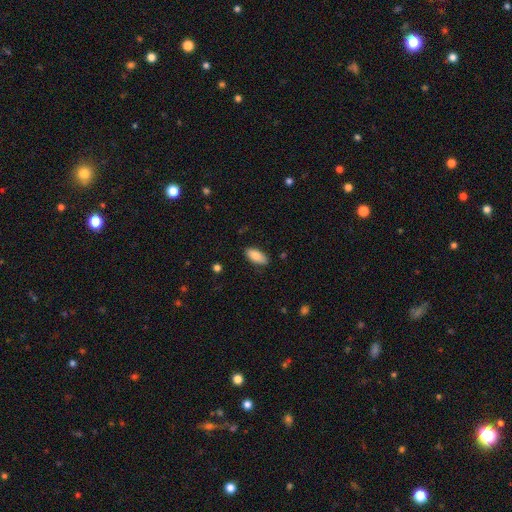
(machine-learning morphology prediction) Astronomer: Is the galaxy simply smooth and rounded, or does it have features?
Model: smooth — 85%.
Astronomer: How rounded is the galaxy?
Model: in between — 88%.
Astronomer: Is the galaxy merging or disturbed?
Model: none — 86%.